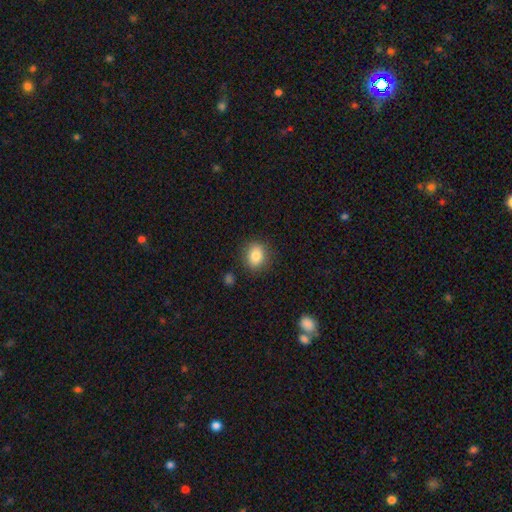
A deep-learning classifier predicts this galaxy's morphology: Q: Smooth or featured?
A: smooth (83%); runner-up: star or artifact (9%)
Q: How rounded?
A: round (60%); runner-up: in between (39%)
Q: Merging?
A: none (86%); runner-up: minor disturbance (9%)